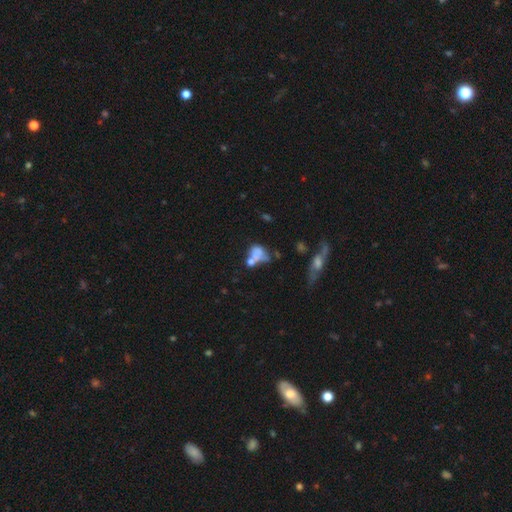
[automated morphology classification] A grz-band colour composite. It shows a smooth galaxy with no disk features (58%) that is in between round and cigar-shaped (67%). Merging: merger (49%).